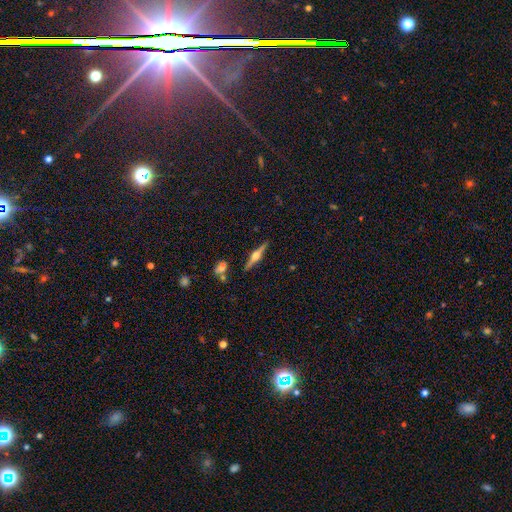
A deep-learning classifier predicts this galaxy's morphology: Smooth or featured? featured or disk (78%)
Edge-on disk? yes (98%)
Edge-on bulge? rounded (94%)
Merging? none (88%)